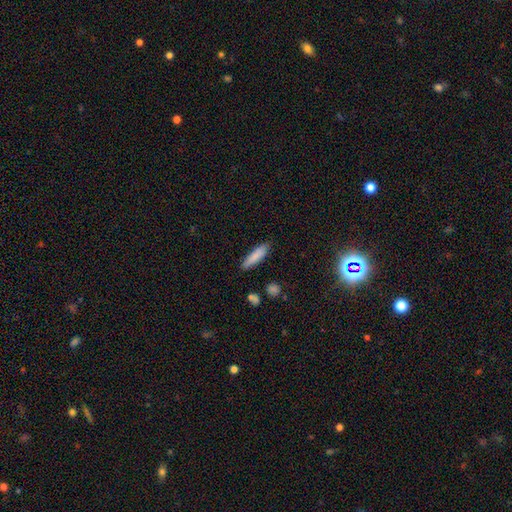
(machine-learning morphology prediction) Smooth or featured? smooth (84%)
How rounded? cigar-shaped (75%)
Merging? none (87%)